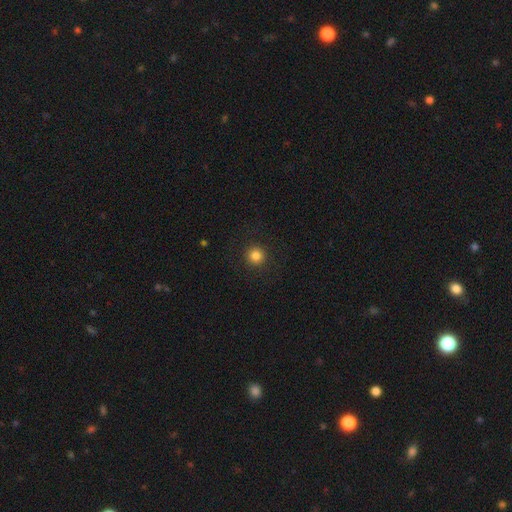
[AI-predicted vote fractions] Morphology: type=smooth (84%); roundness=round (95%); merging=none (92%).